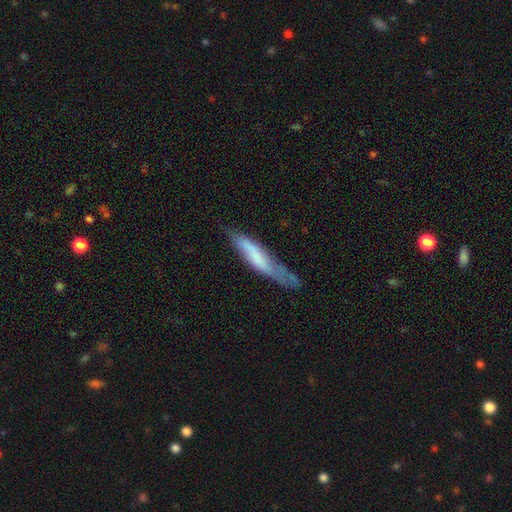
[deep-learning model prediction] smooth-or-featured: smooth: 54% | featured or disk: 40% | star or artifact: 7%
  how-rounded: cigar-shaped: 83% | in between: 15% | round: 1%
  merging: none: 50% | minor disturbance: 32% | major disturbance: 14% | merger: 4%